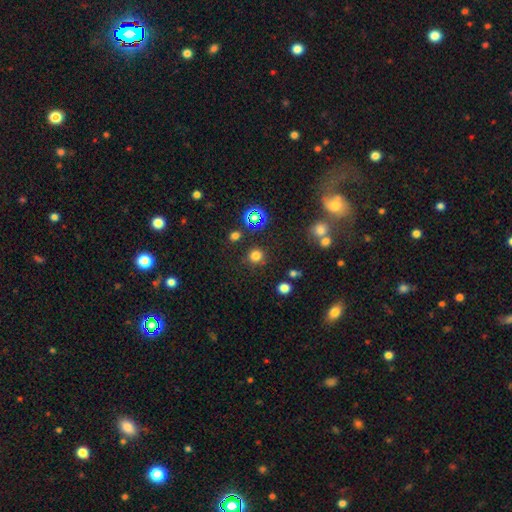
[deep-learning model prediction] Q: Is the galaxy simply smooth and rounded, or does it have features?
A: smooth — 74%.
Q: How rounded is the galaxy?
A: round — 92%.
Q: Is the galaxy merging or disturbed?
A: none — 84%.